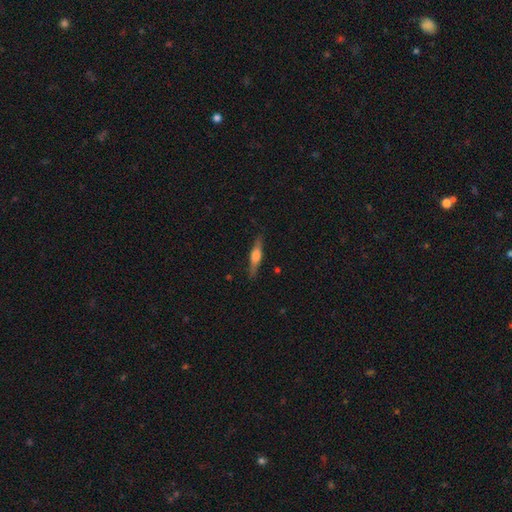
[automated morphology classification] smooth_or_featured: featured or disk (p=0.56) [alt: smooth p=0.38]
disk_edge_on: yes (p=0.96) [alt: no p=0.04]
edge_on_bulge: rounded (p=0.86) [alt: boxy p=0.10]
merging: none (p=0.86) [alt: minor disturbance p=0.10]